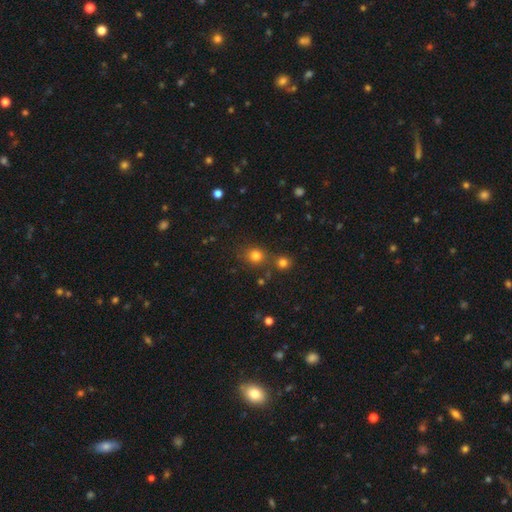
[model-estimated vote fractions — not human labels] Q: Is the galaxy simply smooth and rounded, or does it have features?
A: smooth — 77%.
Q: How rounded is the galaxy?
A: round — 86%.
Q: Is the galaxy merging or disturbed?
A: none — 69%.